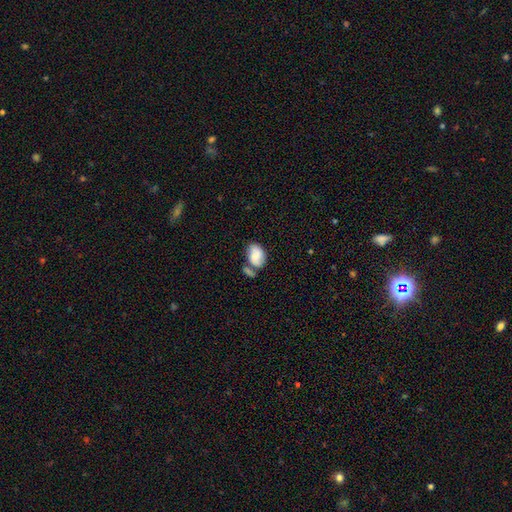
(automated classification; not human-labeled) Smooth or featured?
  - smooth: 72% *
  - featured or disk: 20%
  - star or artifact: 7%
How rounded?
  - in between: 85% *
  - round: 14%
  - cigar-shaped: 1%
Merging?
  - none: 46% *
  - merger: 26%
  - minor disturbance: 21%
  - major disturbance: 7%